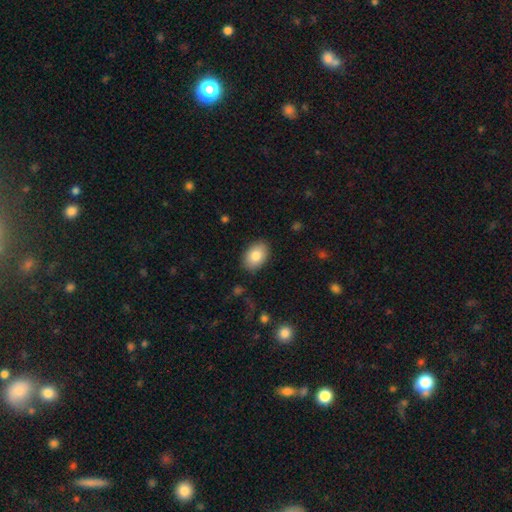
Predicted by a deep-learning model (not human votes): Smooth or featured?
  - smooth: 84% *
  - featured or disk: 9%
  - star or artifact: 7%
How rounded?
  - in between: 87% *
  - round: 12%
  - cigar-shaped: 1%
Merging?
  - none: 88% *
  - minor disturbance: 9%
  - major disturbance: 2%
  - merger: 1%